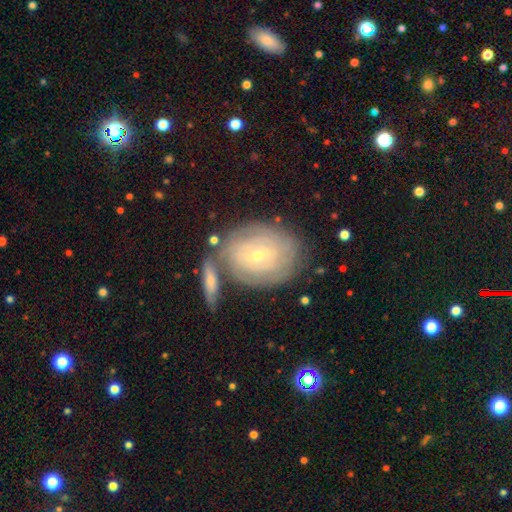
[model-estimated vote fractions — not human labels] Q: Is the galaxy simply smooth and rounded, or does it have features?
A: featured or disk — 68%.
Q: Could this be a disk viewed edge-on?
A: no — 93%.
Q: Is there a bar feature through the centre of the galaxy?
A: weak — 47%.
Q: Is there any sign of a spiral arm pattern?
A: yes — 81%.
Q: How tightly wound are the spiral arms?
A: tight — 80%.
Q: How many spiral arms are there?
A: can't tell — 59%.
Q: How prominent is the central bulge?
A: small — 71%.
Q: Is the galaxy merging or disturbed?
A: none — 65%.